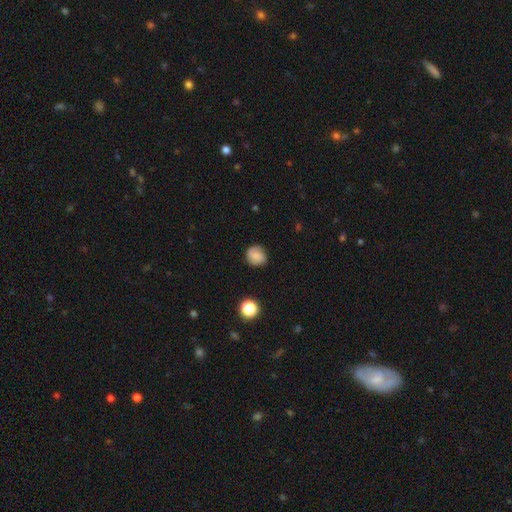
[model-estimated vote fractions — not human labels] Smooth or featured? Predicted: smooth (p=0.77). How rounded? Predicted: round (p=0.82). Merging? Predicted: none (p=0.81).